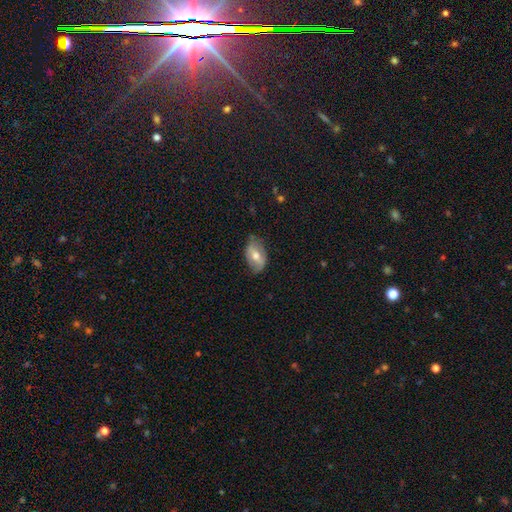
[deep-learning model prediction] Smooth or featured? smooth (51%)
How rounded? in between (89%)
Merging? none (69%)